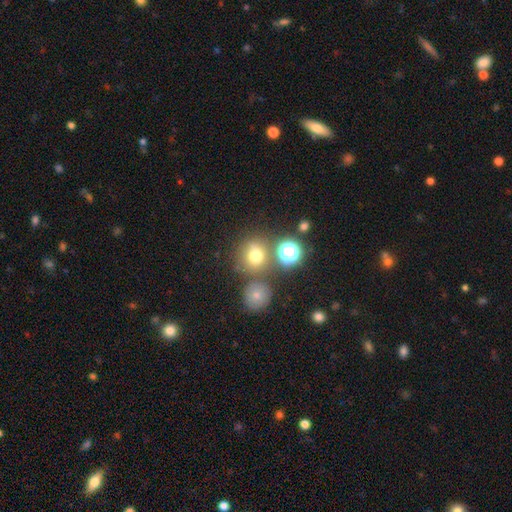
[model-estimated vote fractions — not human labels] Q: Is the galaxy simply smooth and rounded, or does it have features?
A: smooth — 67%.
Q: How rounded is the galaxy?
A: round — 85%.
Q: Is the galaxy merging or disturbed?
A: none — 64%.